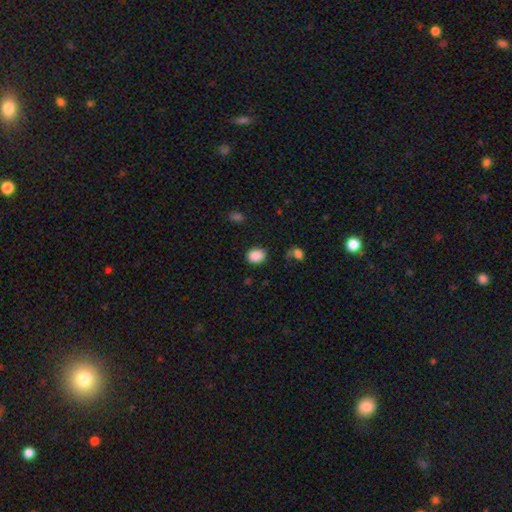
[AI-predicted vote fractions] smooth 88%, star or artifact 9%, featured or disk 3%. Down the decision tree: how rounded — in between (57%); merging — none (80%).